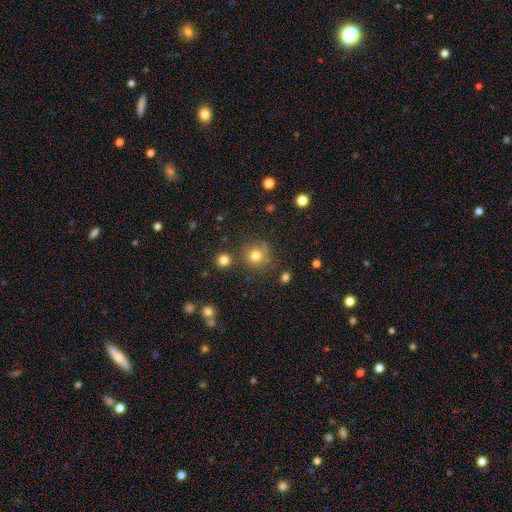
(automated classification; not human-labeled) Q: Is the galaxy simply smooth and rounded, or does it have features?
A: smooth — 77%.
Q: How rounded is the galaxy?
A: round — 91%.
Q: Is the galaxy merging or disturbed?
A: none — 76%.